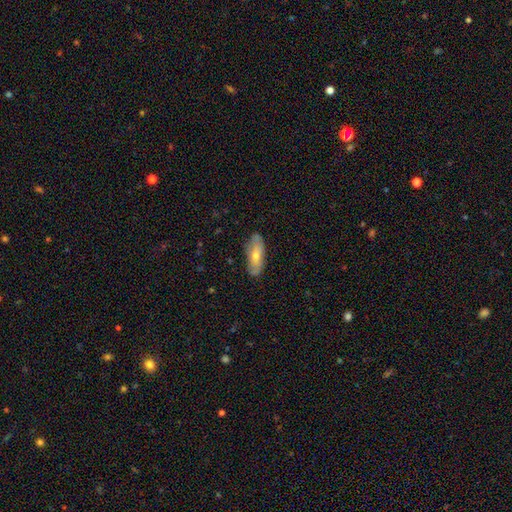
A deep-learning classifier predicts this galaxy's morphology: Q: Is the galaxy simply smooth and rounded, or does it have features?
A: smooth — 62%.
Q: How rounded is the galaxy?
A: in between — 69%.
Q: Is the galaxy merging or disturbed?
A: none — 82%.